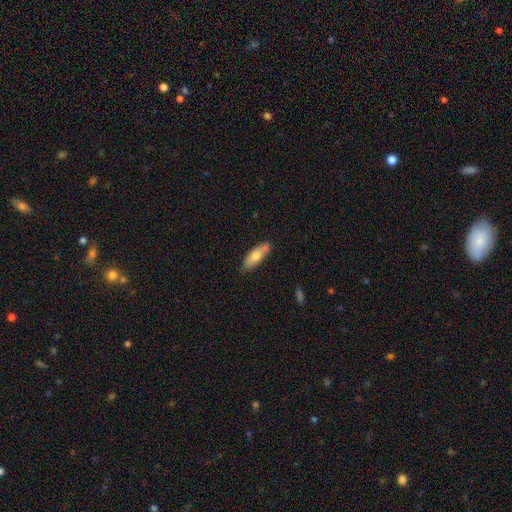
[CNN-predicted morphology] type=smooth (70%); roundness=in between (62%); merging=none (71%).